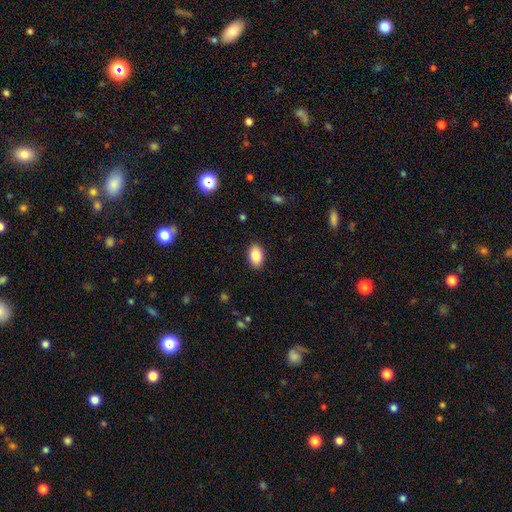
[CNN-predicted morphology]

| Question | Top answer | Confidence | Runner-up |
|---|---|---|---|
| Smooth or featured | smooth | 86% | star or artifact (8%) |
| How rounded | in between | 89% | round (10%) |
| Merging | none | 89% | minor disturbance (8%) |